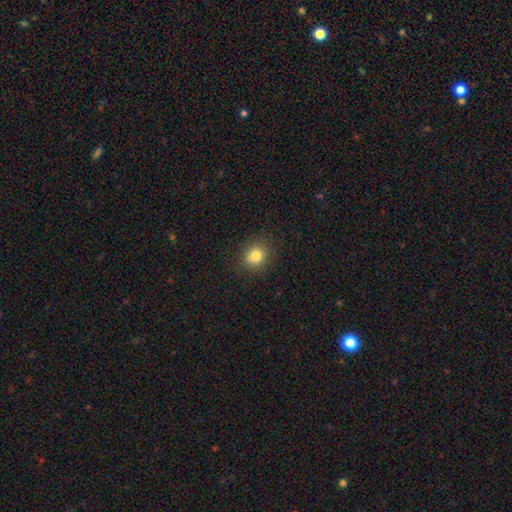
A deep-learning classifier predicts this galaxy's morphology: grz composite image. It shows a smooth galaxy with no disk features (81%) that is round (72%). Merging: none (88%).